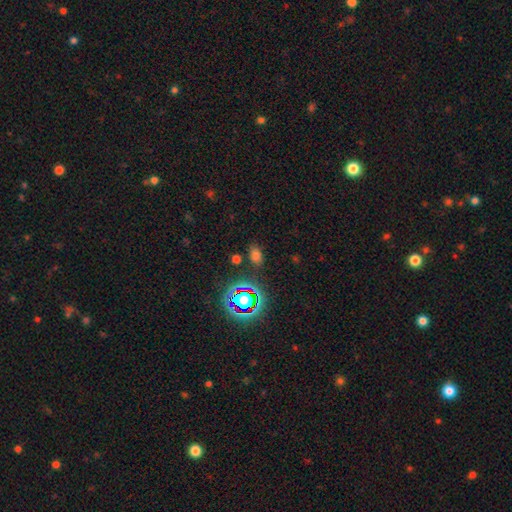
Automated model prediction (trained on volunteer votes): smooth 65%, star or artifact 28%, featured or disk 7%. Down the decision tree: how rounded — in between (80%); merging — none (77%).